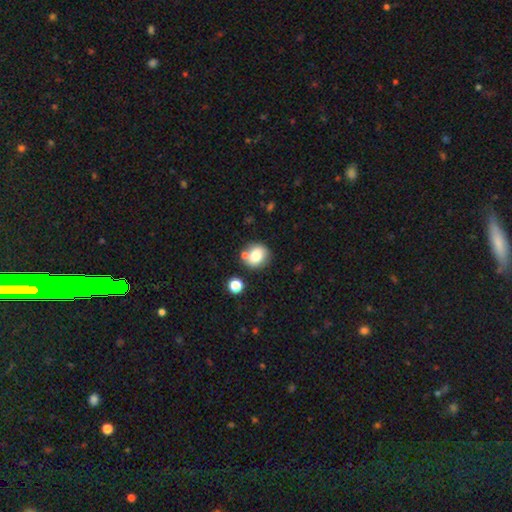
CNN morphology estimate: Smooth or featured? Predicted: smooth (p=0.77). How rounded? Predicted: round (p=0.76). Merging? Predicted: none (p=0.68).